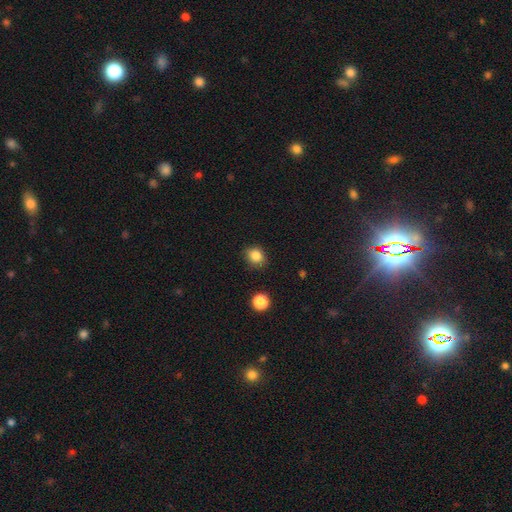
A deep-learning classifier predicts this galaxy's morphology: smooth 84%, star or artifact 11%, featured or disk 5%. Down the decision tree: how rounded — round (68%); merging — none (84%).